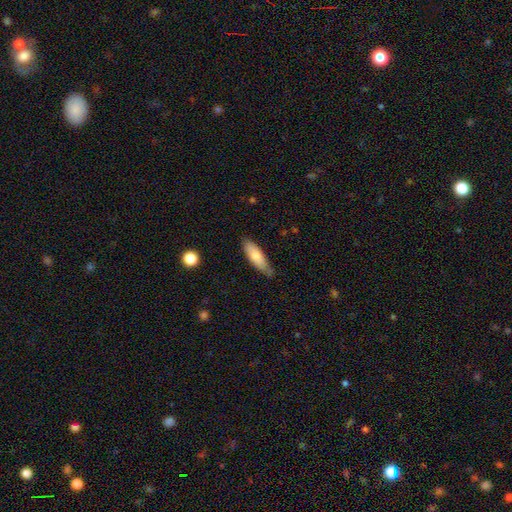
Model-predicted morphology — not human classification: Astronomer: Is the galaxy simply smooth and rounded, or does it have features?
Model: smooth — 77%.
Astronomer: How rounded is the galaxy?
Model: in between — 55% (runner-up: cigar-shaped, 43%).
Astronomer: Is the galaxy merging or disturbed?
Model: none — 71%.